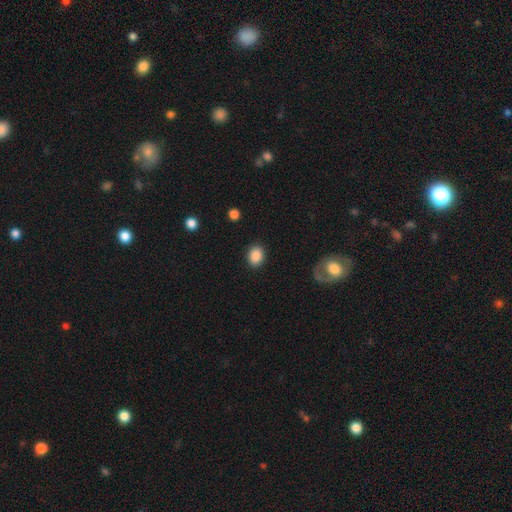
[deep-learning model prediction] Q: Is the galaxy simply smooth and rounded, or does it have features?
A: smooth — 88%.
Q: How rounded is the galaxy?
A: in between — 56%.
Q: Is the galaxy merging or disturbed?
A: none — 89%.